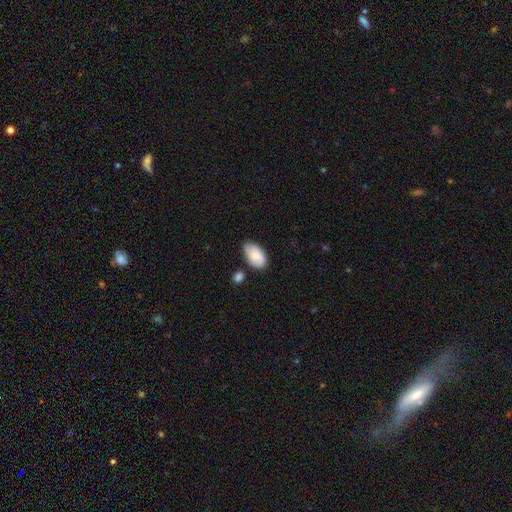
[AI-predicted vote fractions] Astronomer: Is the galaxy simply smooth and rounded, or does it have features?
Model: smooth — 78%.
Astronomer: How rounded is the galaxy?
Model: in between — 94%.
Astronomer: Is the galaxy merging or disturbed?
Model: none — 68%.